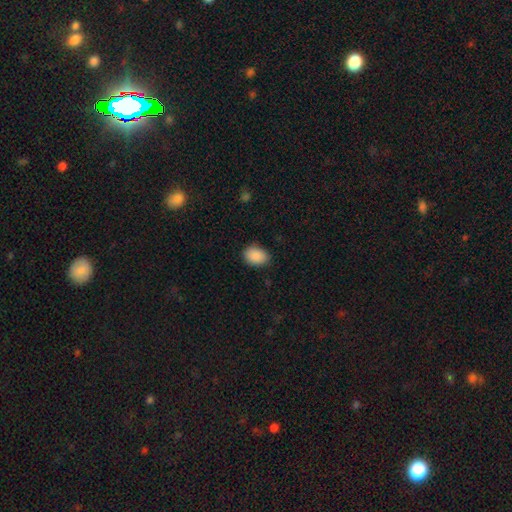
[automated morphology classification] This is clearly a smooth galaxy (90%). How rounded: likely in between (74%). Merging: clearly none (84%).